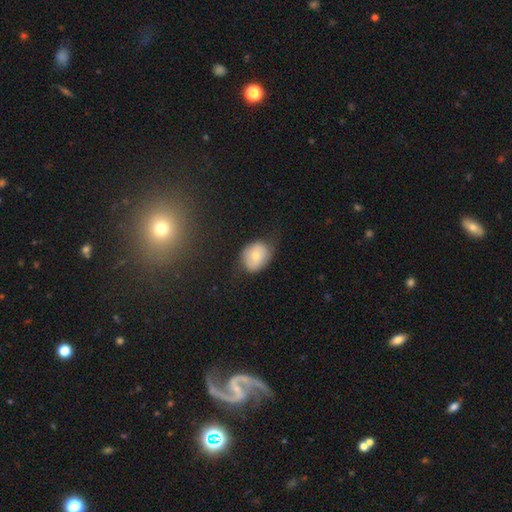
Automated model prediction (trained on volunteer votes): Smooth or featured?
  - smooth: 69% *
  - featured or disk: 23%
  - star or artifact: 8%
How rounded?
  - in between: 55% *
  - round: 44%
  - cigar-shaped: 1%
Merging?
  - none: 55% *
  - minor disturbance: 30%
  - major disturbance: 13%
  - merger: 2%